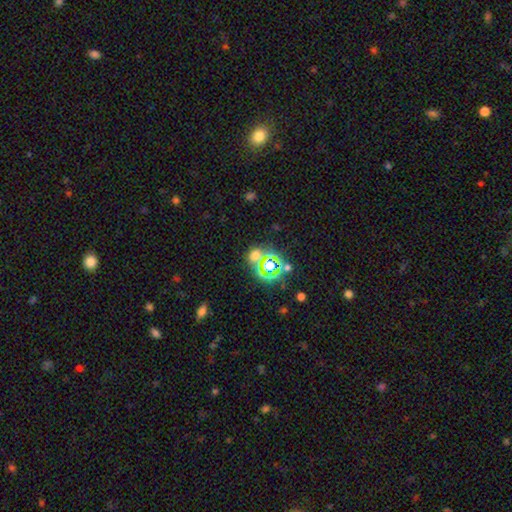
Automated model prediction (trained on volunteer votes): Morphology: type=star or artifact (47%).